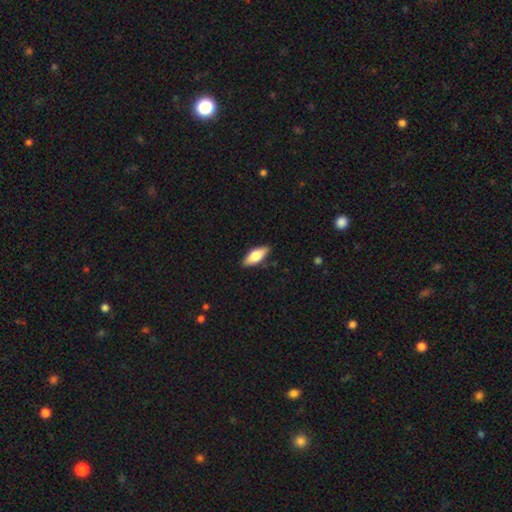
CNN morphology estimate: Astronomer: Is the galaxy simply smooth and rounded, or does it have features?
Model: smooth — 66%.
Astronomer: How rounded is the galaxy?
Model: in between — 74%.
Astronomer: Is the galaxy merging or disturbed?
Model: none — 85%.